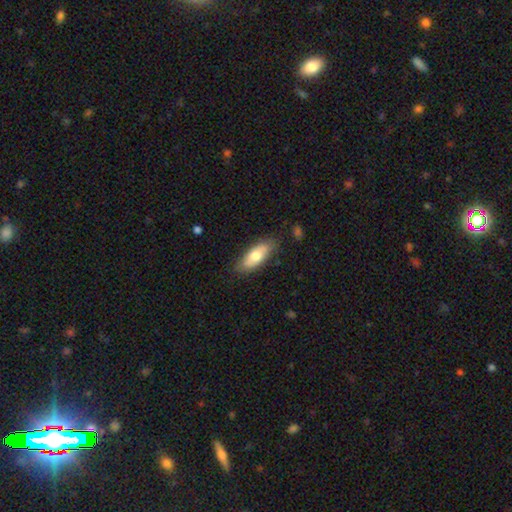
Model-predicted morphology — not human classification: type=smooth (71%); roundness=in between (75%); merging=none (81%).